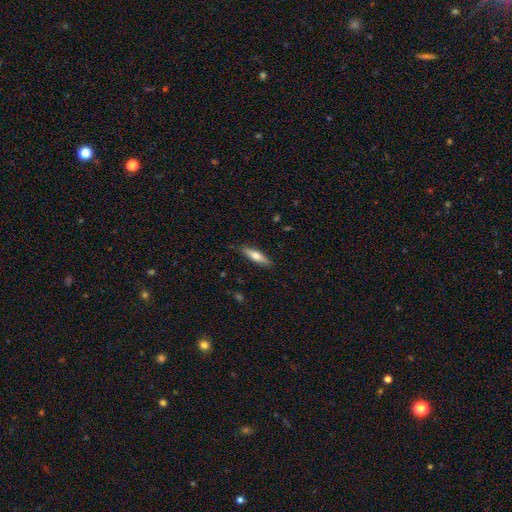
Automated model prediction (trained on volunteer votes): A smooth galaxy with no disk features (68%) that is cigar-shaped (67%). Merging: none (87%).